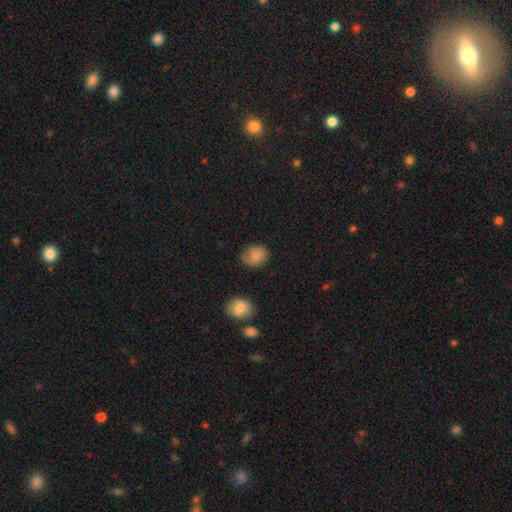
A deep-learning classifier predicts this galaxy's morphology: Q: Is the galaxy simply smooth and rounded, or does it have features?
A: smooth — 81%.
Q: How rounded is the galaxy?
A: in between — 56%.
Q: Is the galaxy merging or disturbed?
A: none — 65%.